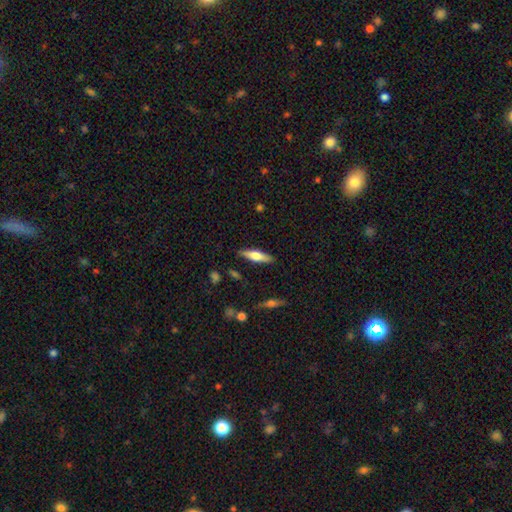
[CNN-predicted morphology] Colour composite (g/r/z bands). It shows a smooth galaxy with no disk features (48%). Merging: none (87%).